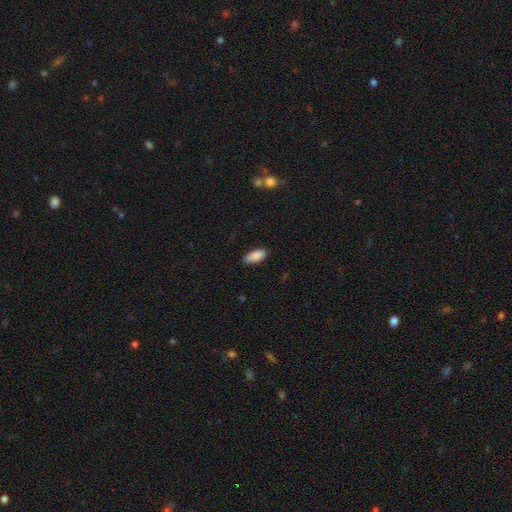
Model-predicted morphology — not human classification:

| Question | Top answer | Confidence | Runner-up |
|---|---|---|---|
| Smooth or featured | smooth | 89% | star or artifact (7%) |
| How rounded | in between | 85% | cigar-shaped (14%) |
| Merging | none | 85% | minor disturbance (11%) |